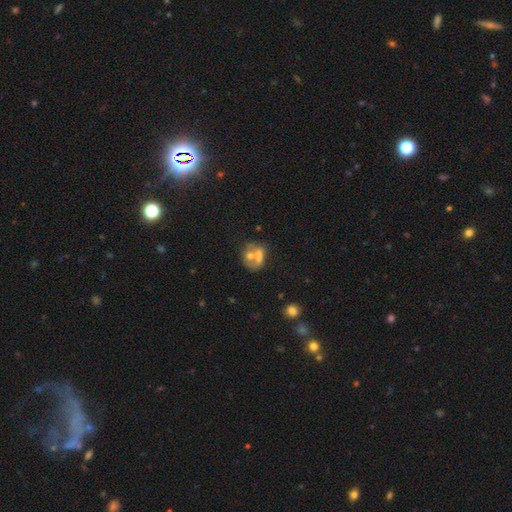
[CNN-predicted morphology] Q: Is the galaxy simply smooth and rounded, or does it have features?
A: smooth — 53%.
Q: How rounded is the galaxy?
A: in between — 56%.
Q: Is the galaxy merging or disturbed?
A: merger — 47%.